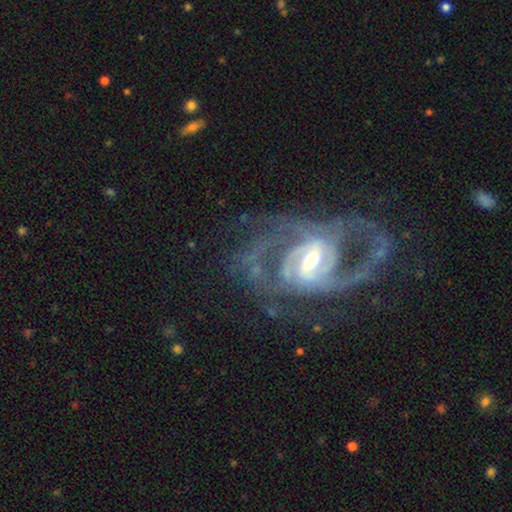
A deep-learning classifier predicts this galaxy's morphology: Q: Smooth or featured?
A: featured or disk (91%); runner-up: star or artifact (6%)
Q: Edge-on disk?
A: no (97%); runner-up: yes (3%)
Q: Bar?
A: weak (43%); runner-up: strong (41%)
Q: Spiral arms?
A: yes (97%); runner-up: no (3%)
Q: Spiral winding?
A: medium (53%); runner-up: tight (32%)
Q: Spiral arm count?
A: 2 (52%); runner-up: 3 (20%)
Q: Bulge size?
A: moderate (52%); runner-up: small (38%)
Q: Merging?
A: none (60%); runner-up: major disturbance (21%)